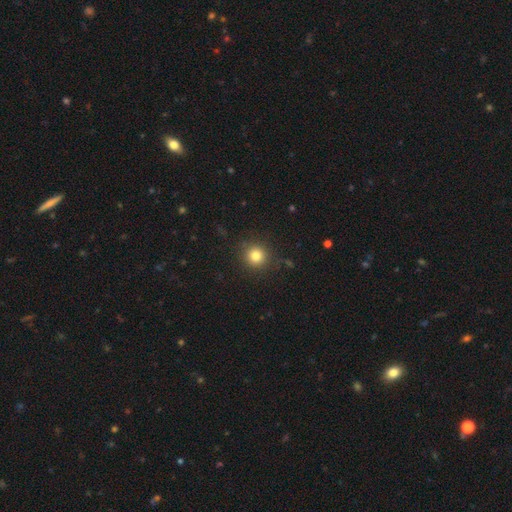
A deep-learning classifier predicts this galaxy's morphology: This is clearly a smooth galaxy (81%). How rounded: clearly round (93%). Merging: clearly none (88%).